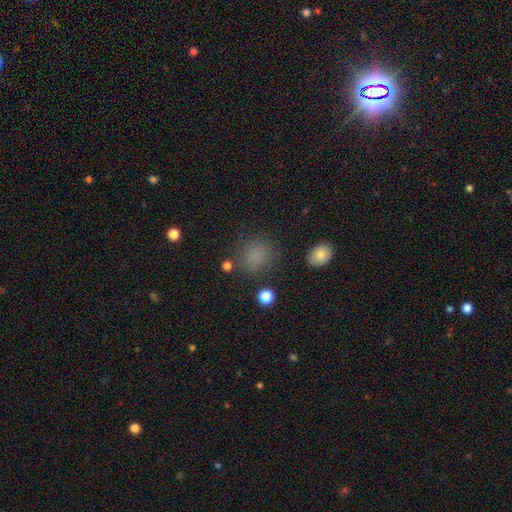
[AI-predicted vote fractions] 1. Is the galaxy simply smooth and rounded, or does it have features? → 78% smooth, 16% star or artifact, 5% featured or disk.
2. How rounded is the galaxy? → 77% round, 22% in between, 1% cigar-shaped.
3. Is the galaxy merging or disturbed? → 81% none, 12% minor disturbance, 5% major disturbance, 3% merger.